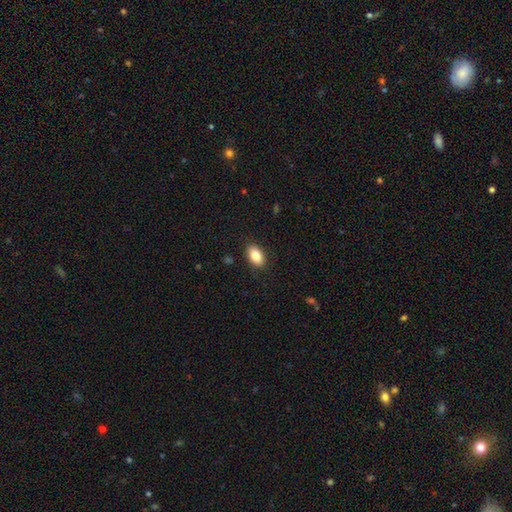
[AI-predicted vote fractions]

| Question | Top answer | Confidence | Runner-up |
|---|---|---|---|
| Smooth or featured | smooth | 85% | star or artifact (7%) |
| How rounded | in between | 92% | round (6%) |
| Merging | none | 88% | minor disturbance (9%) |